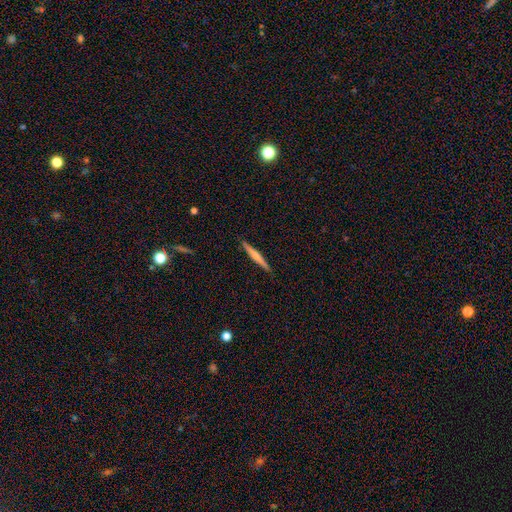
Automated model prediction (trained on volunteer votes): Q: Smooth or featured?
A: smooth (49%); runner-up: featured or disk (46%)
Q: Merging?
A: none (91%); runner-up: minor disturbance (7%)